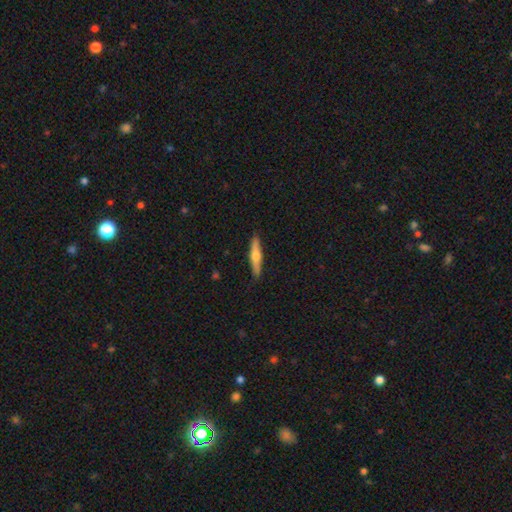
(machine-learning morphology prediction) Smooth or featured? featured or disk (50%)
Edge-on disk? yes (95%)
Merging? none (89%)